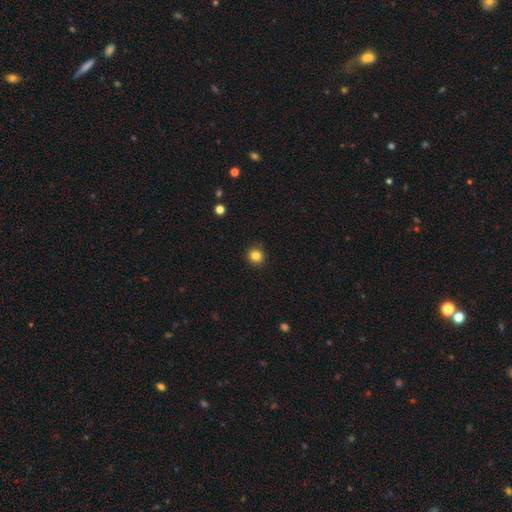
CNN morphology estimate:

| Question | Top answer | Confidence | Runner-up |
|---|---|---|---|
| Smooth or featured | smooth | 84% | star or artifact (12%) |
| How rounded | round | 91% | in between (8%) |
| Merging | none | 89% | minor disturbance (8%) |